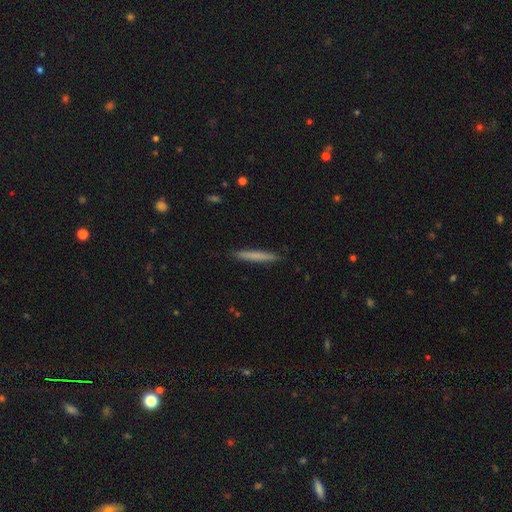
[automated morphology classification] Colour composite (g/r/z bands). It shows a smooth galaxy with no disk features (71%) that is cigar-shaped (96%). Merging: none (91%).